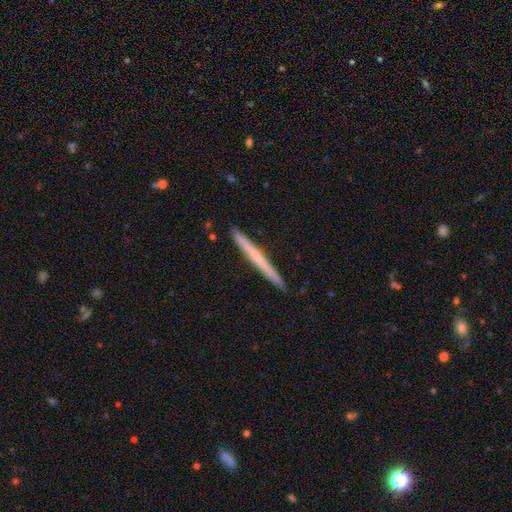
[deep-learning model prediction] Smooth or featured?
  - smooth: 48% *
  - featured or disk: 46%
  - star or artifact: 5%
Merging?
  - none: 92% *
  - minor disturbance: 6%
  - major disturbance: 1%
  - merger: 1%